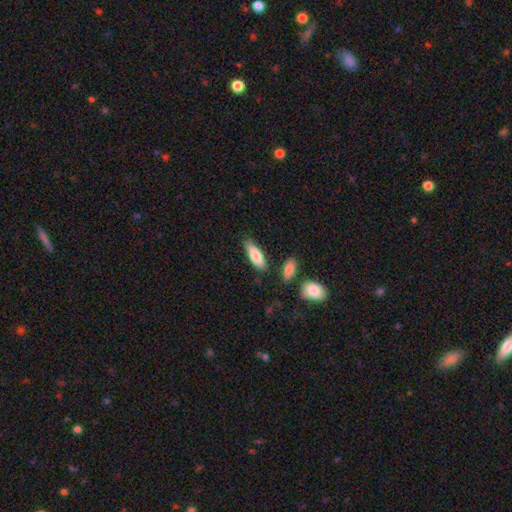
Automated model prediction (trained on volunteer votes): Q: Smooth or featured?
A: smooth (81%); runner-up: featured or disk (13%)
Q: How rounded?
A: in between (64%); runner-up: cigar-shaped (34%)
Q: Merging?
A: none (80%); runner-up: minor disturbance (14%)